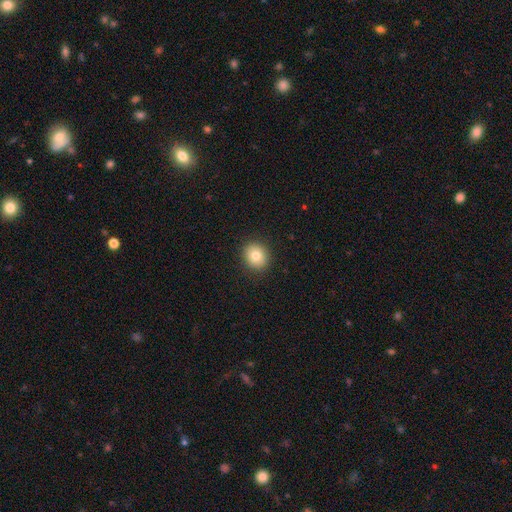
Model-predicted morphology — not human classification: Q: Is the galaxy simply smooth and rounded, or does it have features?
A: smooth — 79%.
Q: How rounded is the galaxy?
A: round — 72%.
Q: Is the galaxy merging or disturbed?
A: none — 90%.